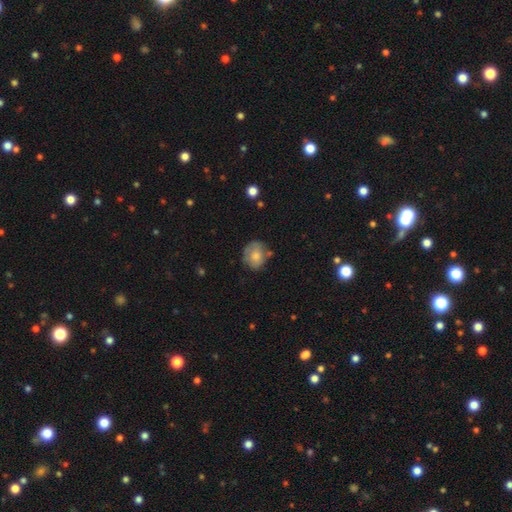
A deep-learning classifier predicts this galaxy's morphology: Smooth or featured? Predicted: smooth (p=0.72). How rounded? Predicted: round (p=0.62). Merging? Predicted: none (p=0.61).